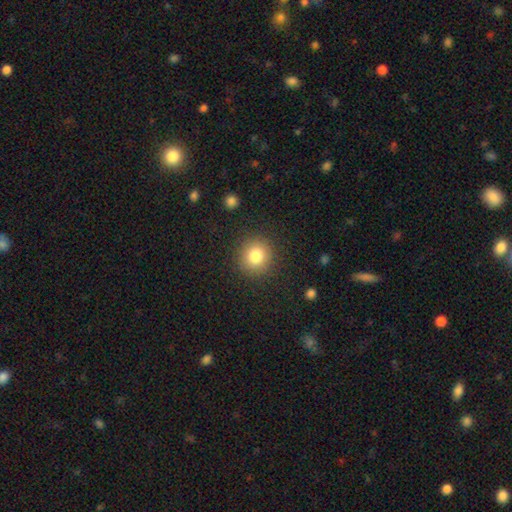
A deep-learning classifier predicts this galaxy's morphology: type=smooth (81%); roundness=round (91%); merging=none (89%).